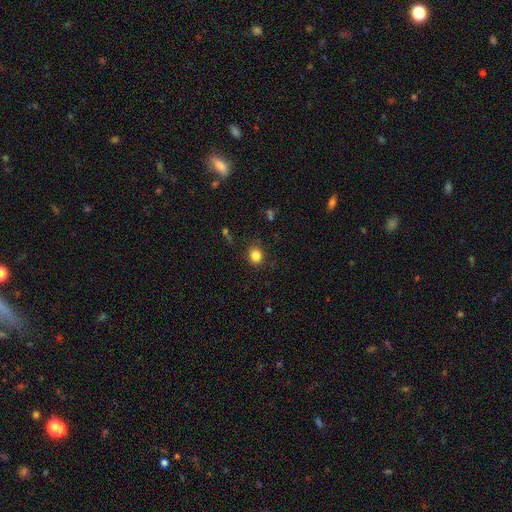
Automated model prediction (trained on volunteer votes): Morphology: type=smooth (84%); roundness=round (74%); merging=none (85%).